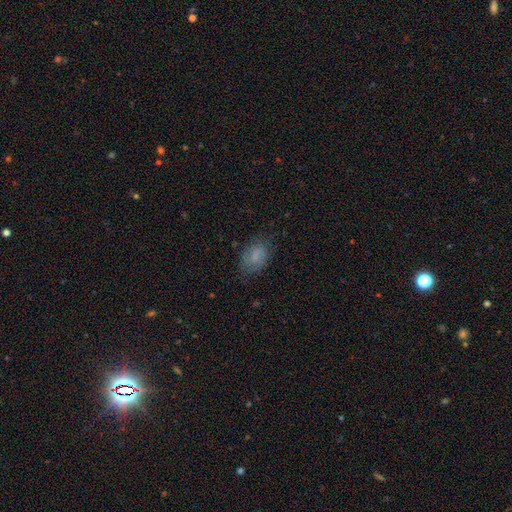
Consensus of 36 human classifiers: This appears to be a smooth galaxy with no disk features (69%) that is in between round and cigar-shaped (80%). Merging: none (65%).